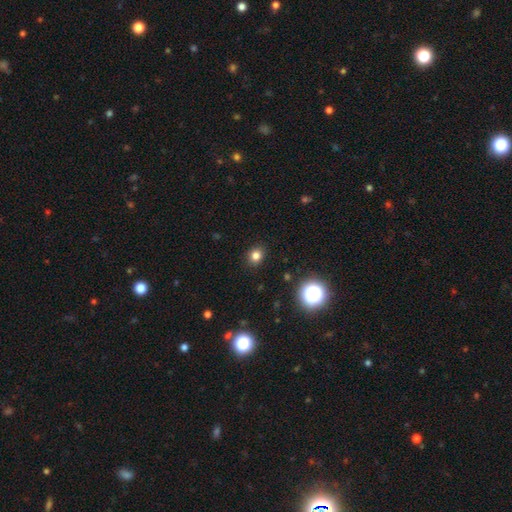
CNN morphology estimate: Smooth or featured?
  - smooth: 79% *
  - star or artifact: 15%
  - featured or disk: 5%
How rounded?
  - round: 72% *
  - in between: 27%
  - cigar-shaped: 1%
Merging?
  - none: 89% *
  - minor disturbance: 7%
  - major disturbance: 2%
  - merger: 1%